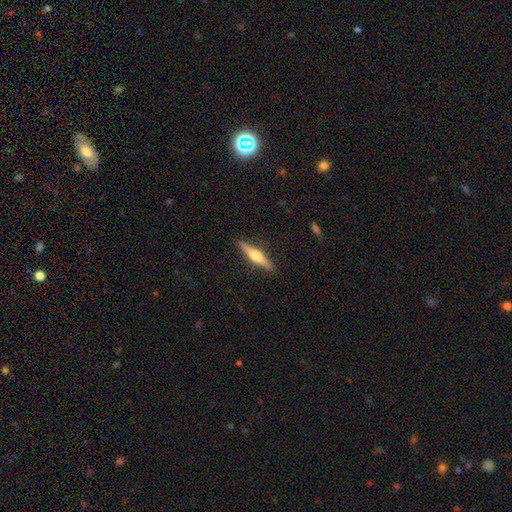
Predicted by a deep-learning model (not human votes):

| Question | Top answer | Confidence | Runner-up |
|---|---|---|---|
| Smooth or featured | featured or disk | 62% | smooth (32%) |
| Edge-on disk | yes | 97% | no (3%) |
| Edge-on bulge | rounded | 91% | boxy (6%) |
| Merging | none | 90% | minor disturbance (7%) |